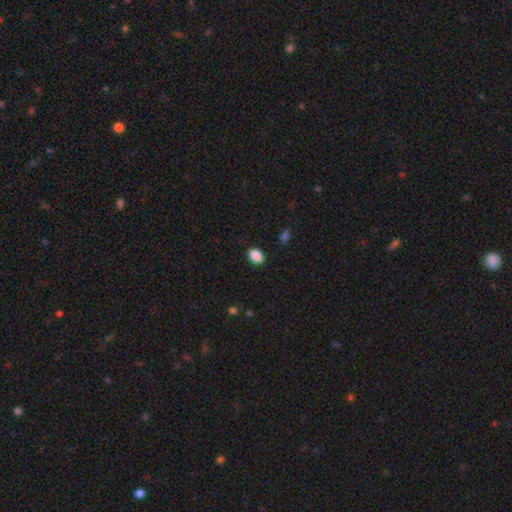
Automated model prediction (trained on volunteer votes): This appears to be a smooth galaxy with no disk features (89%) that is in between round and cigar-shaped (74%). Merging: none (88%).